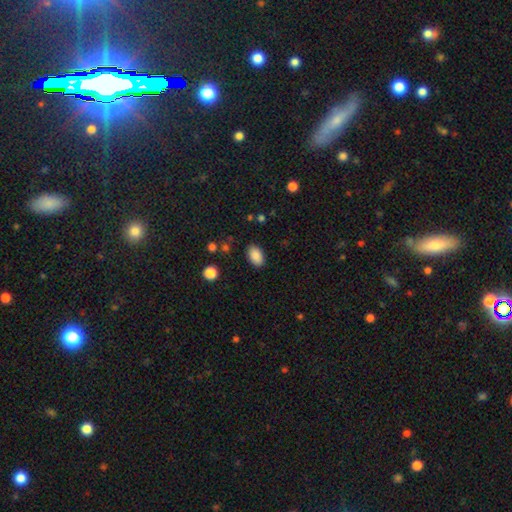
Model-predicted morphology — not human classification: smooth_or_featured: smooth (p=0.88) [alt: star or artifact p=0.08]
how_rounded: in between (p=0.91) [alt: round p=0.08]
merging: none (p=0.87) [alt: minor disturbance p=0.09]